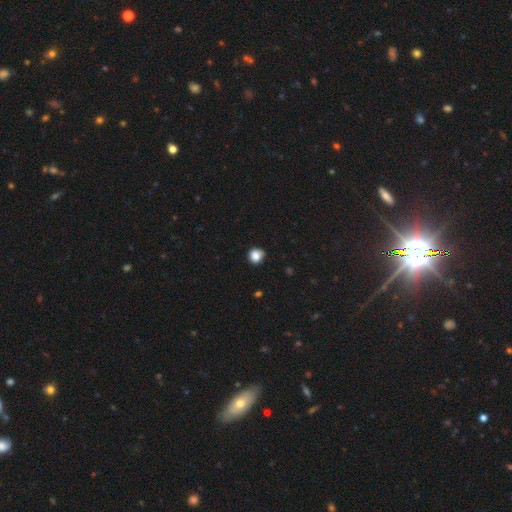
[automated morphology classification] A smooth galaxy with no disk features (86%) that is round (88%). Merging: none (84%).